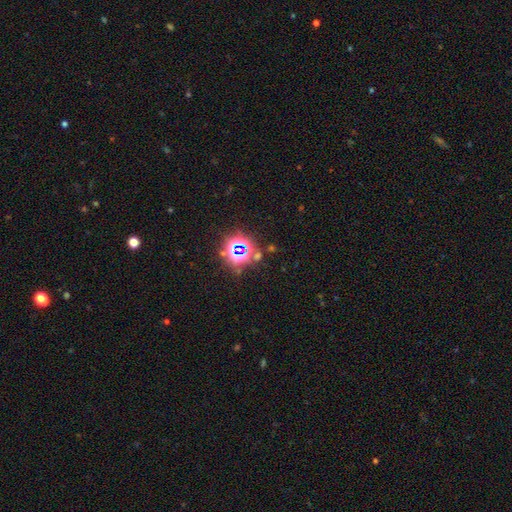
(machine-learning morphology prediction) This appears to be a star or artifact, not a galaxy (78%).